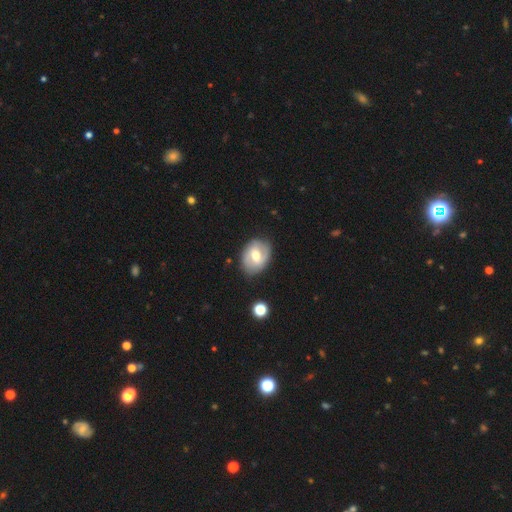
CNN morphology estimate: Smooth or featured?
  - featured or disk: 58% *
  - smooth: 36%
  - star or artifact: 6%
Edge-on disk?
  - no: 96% *
  - yes: 4%
Bar?
  - weak: 54% *
  - no: 27%
  - strong: 20%
Spiral arms?
  - yes: 73% *
  - no: 27%
Bulge size?
  - moderate: 73% *
  - small: 14%
  - large: 11%
  - none: 1%
  - dominant: 1%
Merging?
  - none: 77% *
  - minor disturbance: 17%
  - major disturbance: 5%
  - merger: 2%